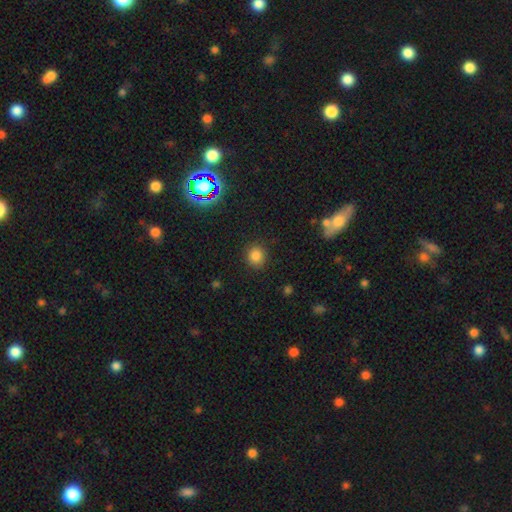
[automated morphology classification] type=smooth (83%); roundness=round (84%); merging=none (88%).